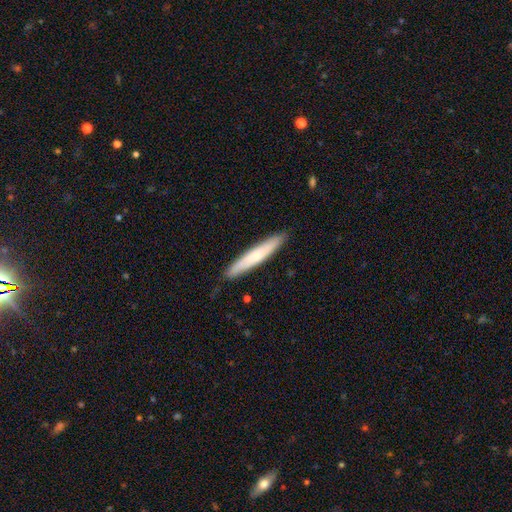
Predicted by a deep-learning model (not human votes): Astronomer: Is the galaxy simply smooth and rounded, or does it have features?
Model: smooth — 62%.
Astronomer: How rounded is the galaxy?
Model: cigar-shaped — 93%.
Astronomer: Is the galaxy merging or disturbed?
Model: none — 89%.